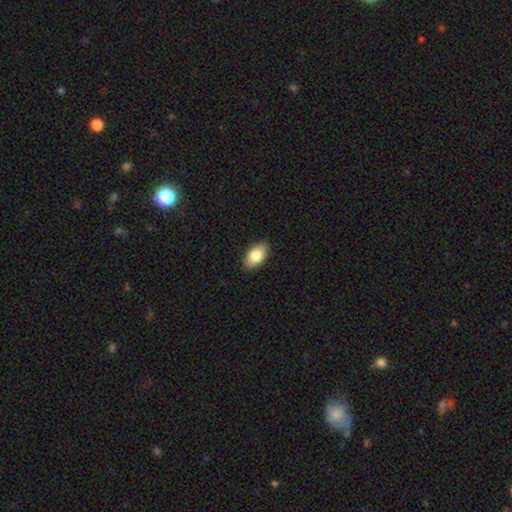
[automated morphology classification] The model was most divided on "smooth or featured": smooth: 83%, featured or disk: 10%, star or artifact: 7%. More confident: how rounded — in between (93%); merging — none (89%).